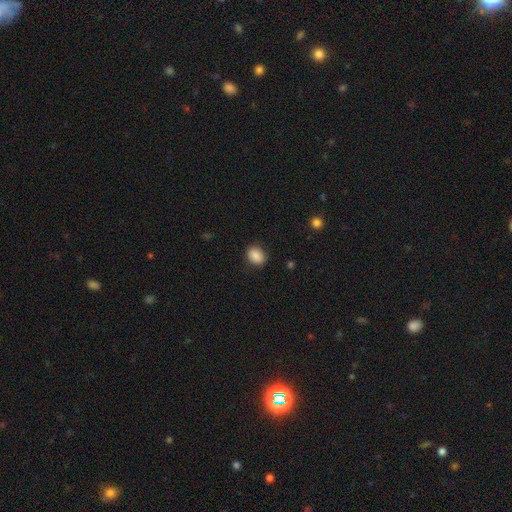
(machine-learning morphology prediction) This is clearly a smooth galaxy (87%). How rounded: likely in between (62%). Merging: clearly none (86%).